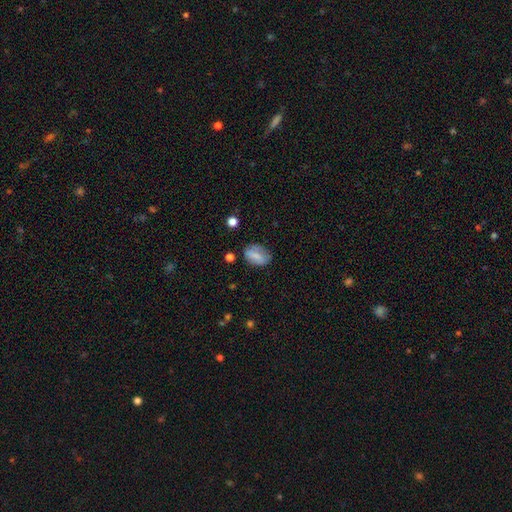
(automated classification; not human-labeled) smooth-or-featured: smooth: 72% | featured or disk: 19% | star or artifact: 9%
  how-rounded: in between: 86% | round: 11% | cigar-shaped: 3%
  merging: none: 70% | minor disturbance: 21% | major disturbance: 6% | merger: 2%